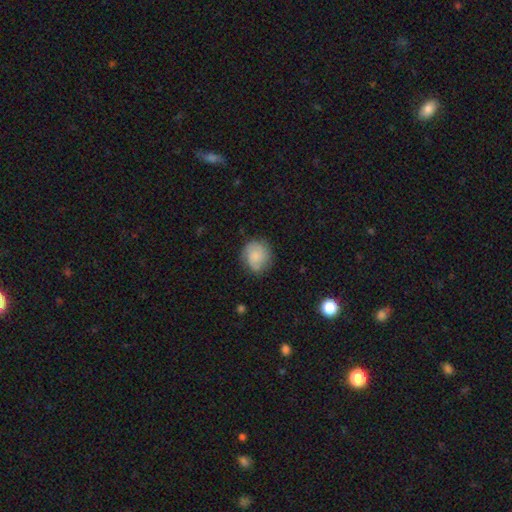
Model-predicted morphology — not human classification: The model was most divided on "smooth or featured": smooth: 62%, featured or disk: 30%, star or artifact: 8%. More confident: how rounded — round (80%); merging — none (75%).